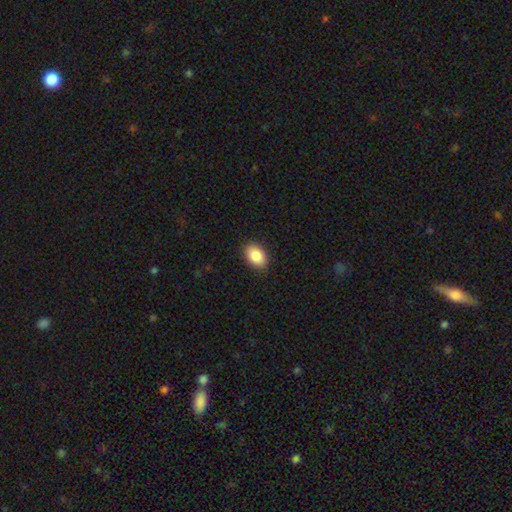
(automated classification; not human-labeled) smooth-or-featured: smooth: 87% | star or artifact: 7% | featured or disk: 6%
  how-rounded: in between: 85% | round: 14% | cigar-shaped: 1%
  merging: none: 89% | minor disturbance: 8% | major disturbance: 2% | merger: 1%